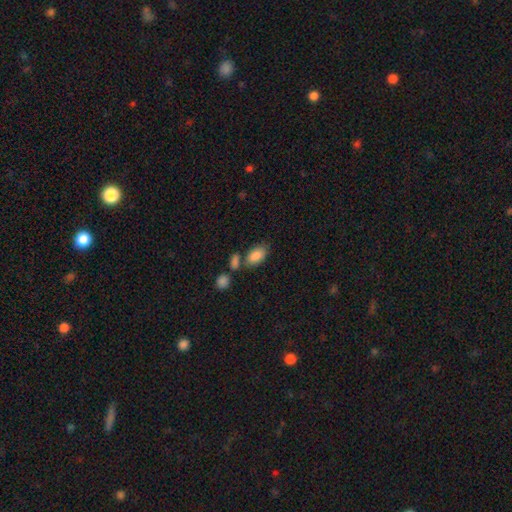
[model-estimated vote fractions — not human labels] A smooth galaxy with no disk features (86%) that is in between round and cigar-shaped (93%). Merging: none (60%).